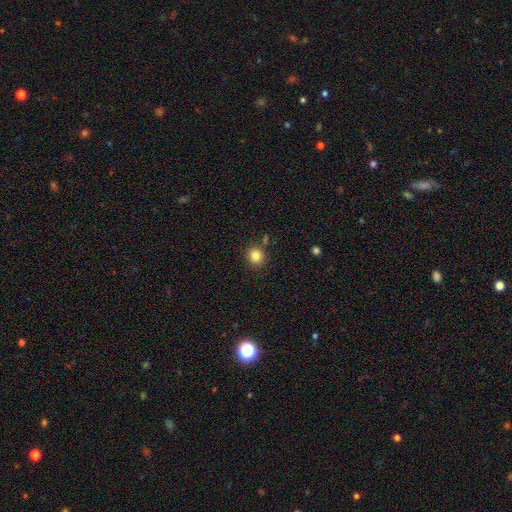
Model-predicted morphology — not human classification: The model was most divided on "smooth or featured": smooth: 83%, star or artifact: 11%, featured or disk: 5%. More confident: how rounded — round (86%); merging — none (82%).